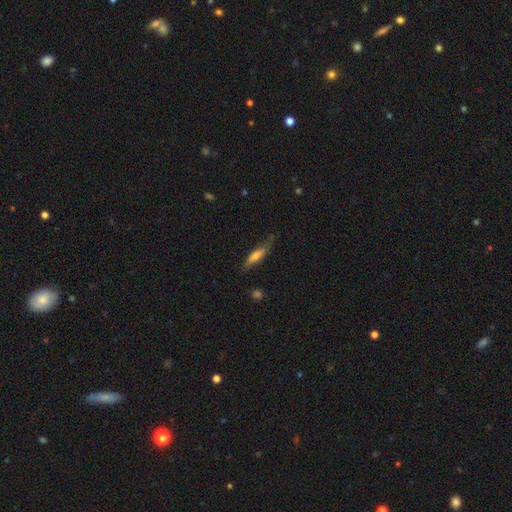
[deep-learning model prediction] Smooth or featured? Predicted: smooth (p=0.55). How rounded? Predicted: cigar-shaped (p=0.79). Merging? Predicted: none (p=0.70).